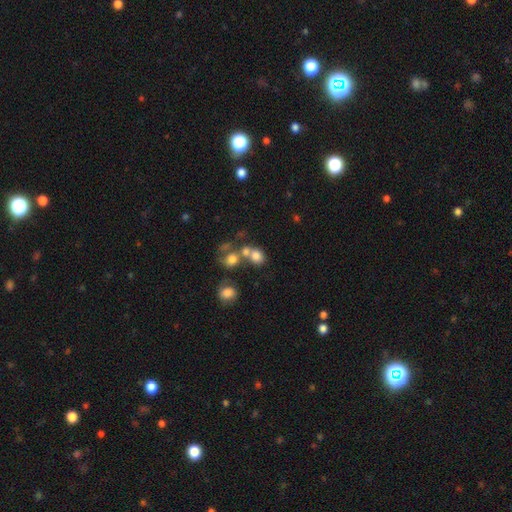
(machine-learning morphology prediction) Smooth or featured: smooth — 72% (featured or disk — 14%)
How rounded: round — 65% (in between — 34%)
Merging: merger — 46% (none — 38%)